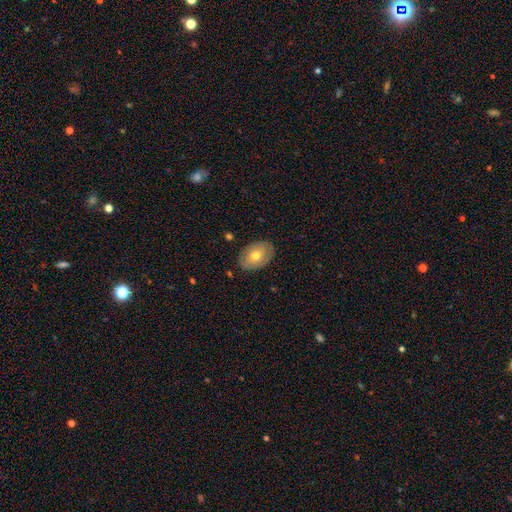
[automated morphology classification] Smooth or featured? smooth (65%)
How rounded? in between (83%)
Merging? none (84%)